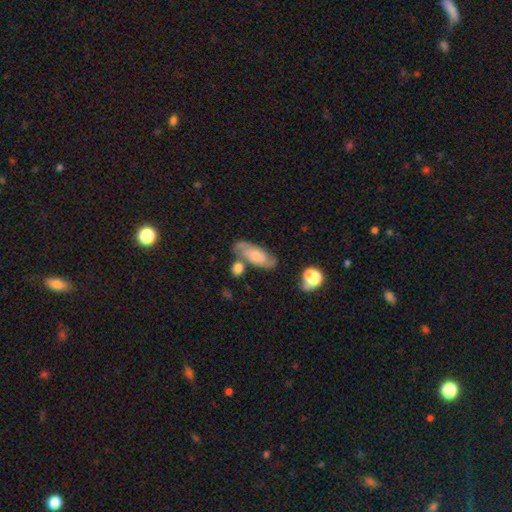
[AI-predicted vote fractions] Morphology: type=featured or disk (59%); edge-on=no (89%); bar=no (66%); spiral arms=yes (88%); bulge=small (31%); merging=none (56%).